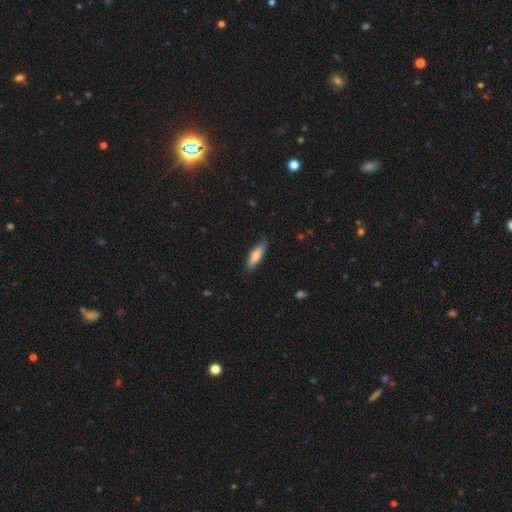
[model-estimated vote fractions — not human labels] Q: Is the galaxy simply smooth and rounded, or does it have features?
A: smooth — 79%.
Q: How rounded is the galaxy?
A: cigar-shaped — 50%.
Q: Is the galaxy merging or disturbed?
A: none — 79%.